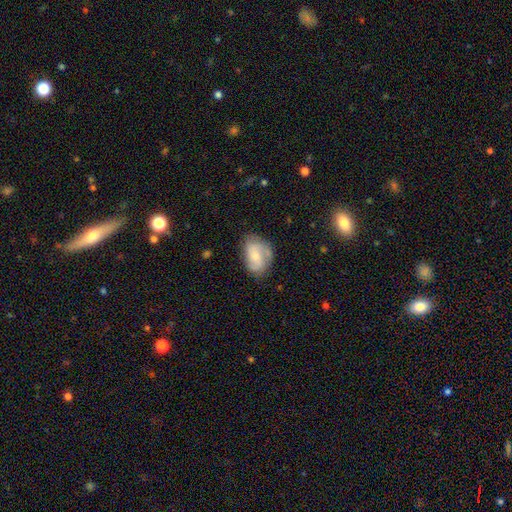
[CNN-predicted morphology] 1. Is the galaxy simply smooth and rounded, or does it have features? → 49% featured or disk, 44% smooth, 7% star or artifact.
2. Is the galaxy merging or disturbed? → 62% none, 26% minor disturbance, 10% major disturbance, 2% merger.